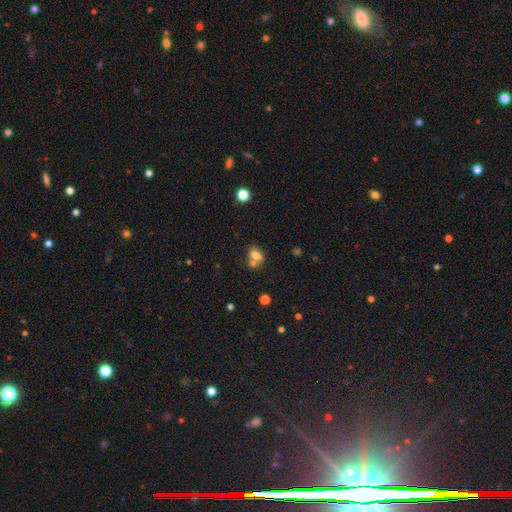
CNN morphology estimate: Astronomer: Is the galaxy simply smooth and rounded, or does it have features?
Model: smooth — 75%.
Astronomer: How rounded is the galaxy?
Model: in between — 69%.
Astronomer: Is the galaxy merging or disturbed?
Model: merger — 43% (runner-up: none, 42%).